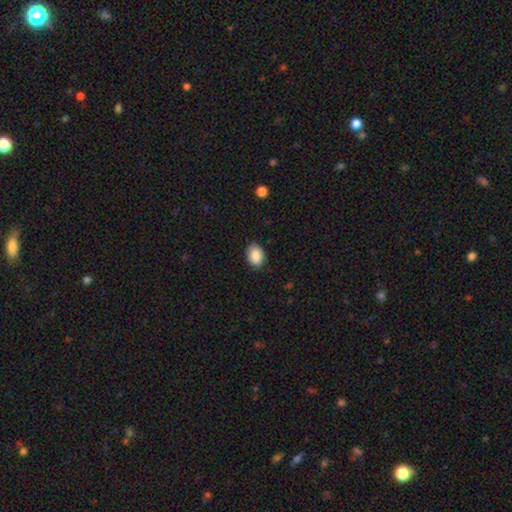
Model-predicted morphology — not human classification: This appears to be a smooth galaxy with no disk features (88%) that is in between round and cigar-shaped (73%). Merging: none (86%).